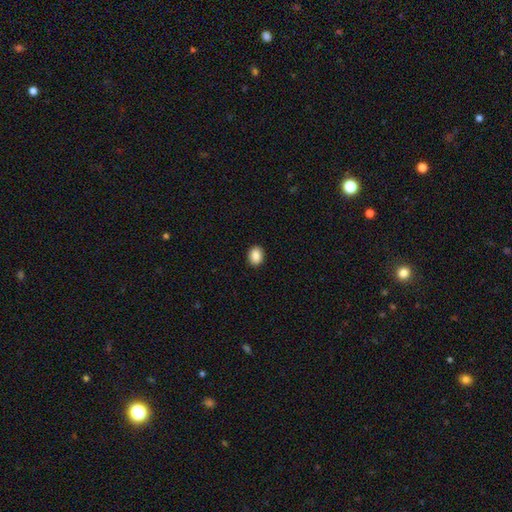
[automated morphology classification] The model was most divided on "how rounded": in between: 57%, round: 42%, cigar-shaped: 1%. More confident: merging — none (91%); smooth or featured — smooth (89%).